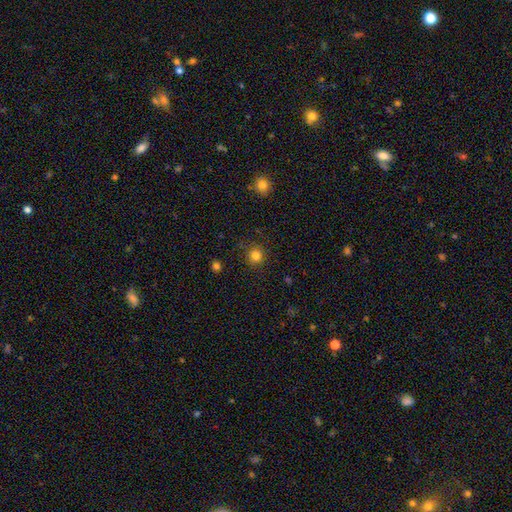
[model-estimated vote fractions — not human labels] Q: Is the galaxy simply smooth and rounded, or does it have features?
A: smooth — 82%.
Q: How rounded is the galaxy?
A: round — 93%.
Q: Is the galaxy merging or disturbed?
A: none — 87%.